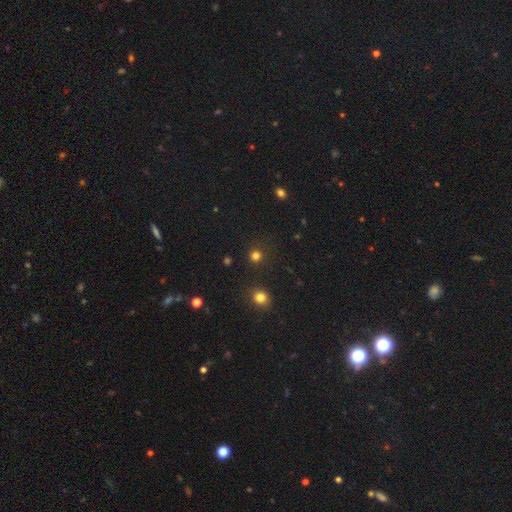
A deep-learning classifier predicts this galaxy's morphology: type=smooth (77%); roundness=round (93%); merging=none (89%).